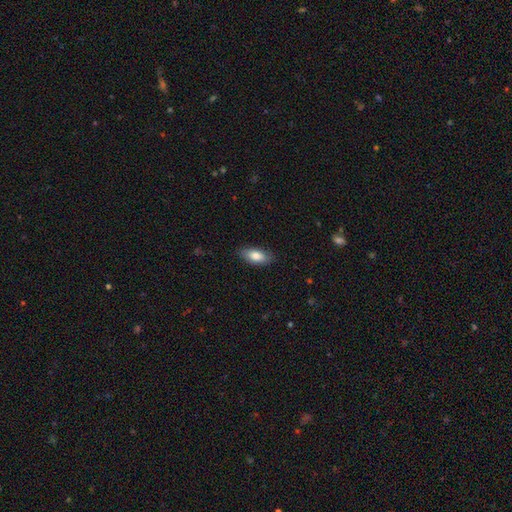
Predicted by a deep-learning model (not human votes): smooth 82%, featured or disk 12%, star or artifact 6%. Down the decision tree: how rounded — in between (85%); merging — none (85%).